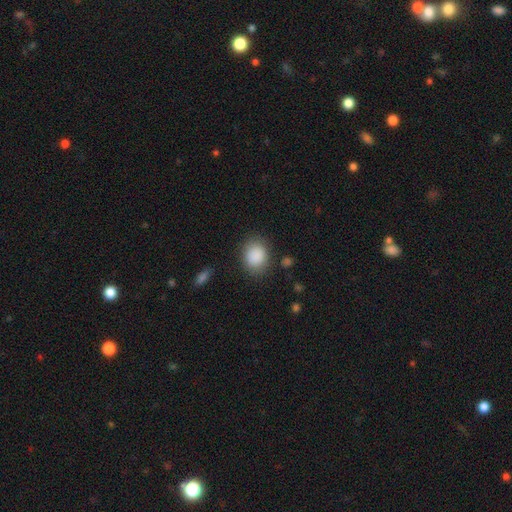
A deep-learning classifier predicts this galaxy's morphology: Q: Smooth or featured?
A: smooth (88%); runner-up: star or artifact (8%)
Q: How rounded?
A: round (55%); runner-up: in between (44%)
Q: Merging?
A: none (81%); runner-up: minor disturbance (13%)